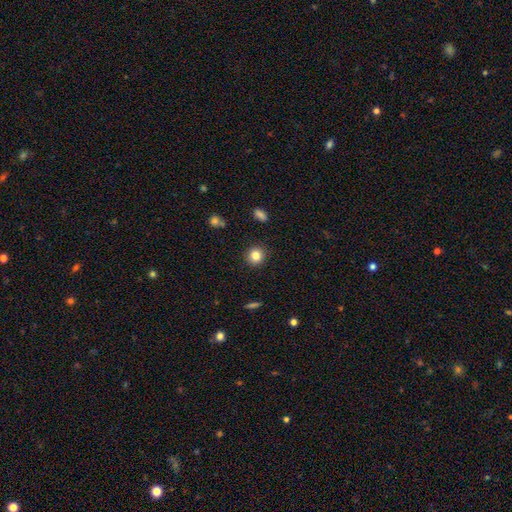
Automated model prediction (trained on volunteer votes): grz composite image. It shows a smooth galaxy with no disk features (83%) that is round (89%). Merging: none (91%).